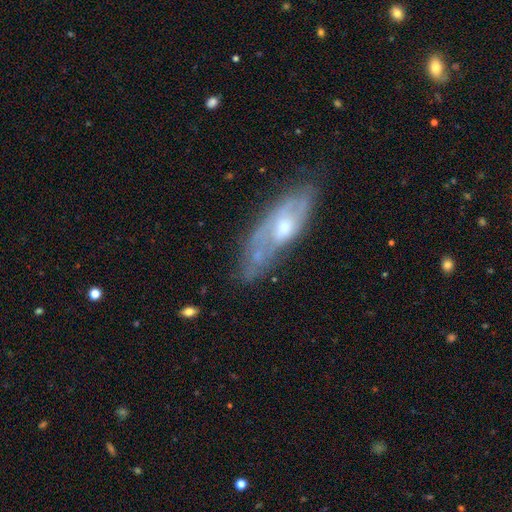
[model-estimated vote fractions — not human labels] This appears to be a featured or disk galaxy (67%). Merging: none (59%).